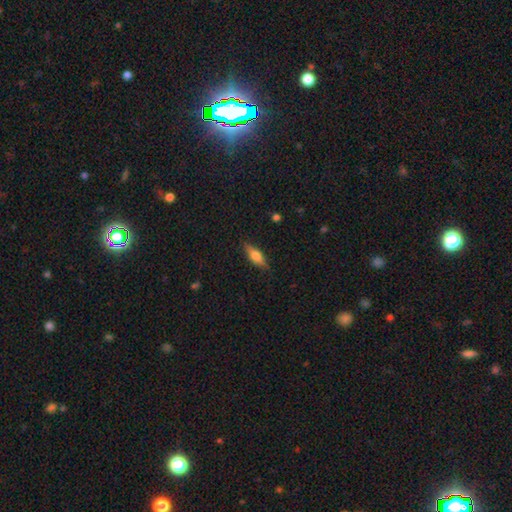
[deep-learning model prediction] Smooth or featured?
  - smooth: 59% *
  - featured or disk: 33%
  - star or artifact: 7%
How rounded?
  - in between: 52% *
  - cigar-shaped: 45%
  - round: 3%
Merging?
  - none: 85% *
  - minor disturbance: 12%
  - major disturbance: 3%
  - merger: 1%